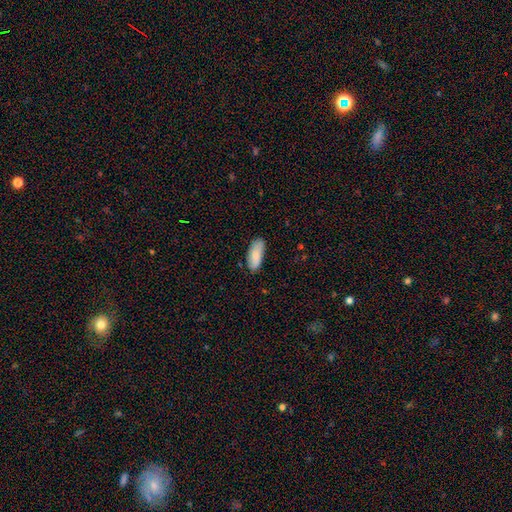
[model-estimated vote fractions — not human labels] This is clearly a smooth galaxy (84%). How rounded: clearly in between (83%). Merging: likely none (79%).